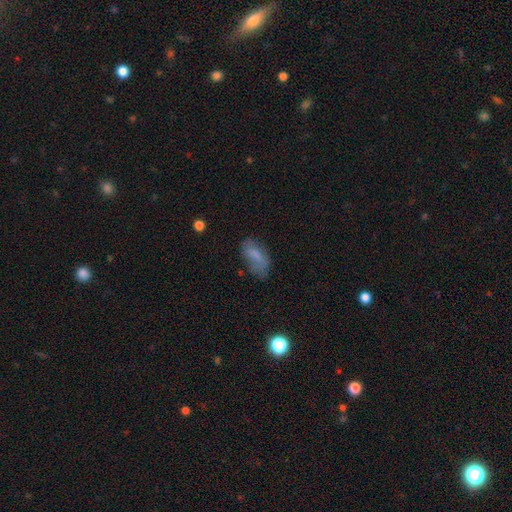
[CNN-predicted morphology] A smooth galaxy with no disk features (69%) that is in between round and cigar-shaped (86%).

Vote fractions:
- Smooth or featured? smooth: 69% / featured or disk: 21% / star or artifact: 10%
- How rounded? in between: 86% / cigar-shaped: 10% / round: 3%
- Merging? none: 55% / minor disturbance: 28% / major disturbance: 14% / merger: 3%